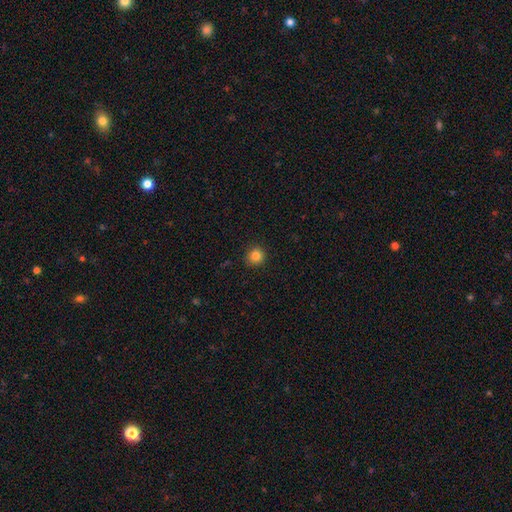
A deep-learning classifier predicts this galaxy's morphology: smooth 84%, star or artifact 11%, featured or disk 5%. Down the decision tree: how rounded — round (90%); merging — none (89%).